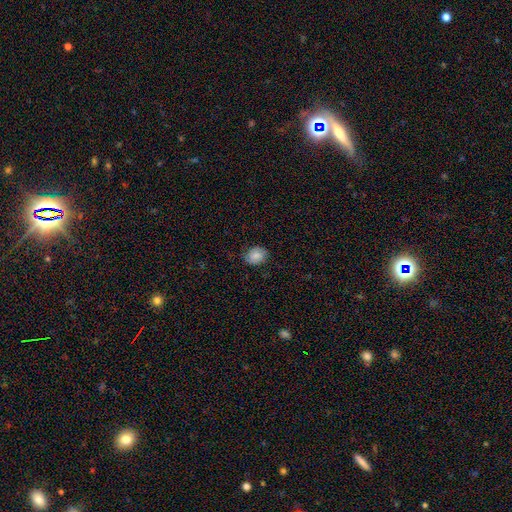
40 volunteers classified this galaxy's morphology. Smooth or featured: smooth — 70% (featured or disk — 20%)
How rounded: in between — 54% (round — 46%)
Merging: none — 83% (major disturbance — 11%)